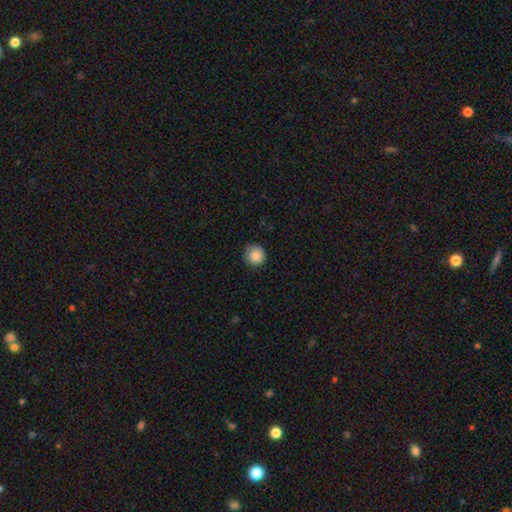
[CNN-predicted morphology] smooth 87%, star or artifact 9%, featured or disk 4%. Down the decision tree: how rounded — round (93%); merging — none (83%).